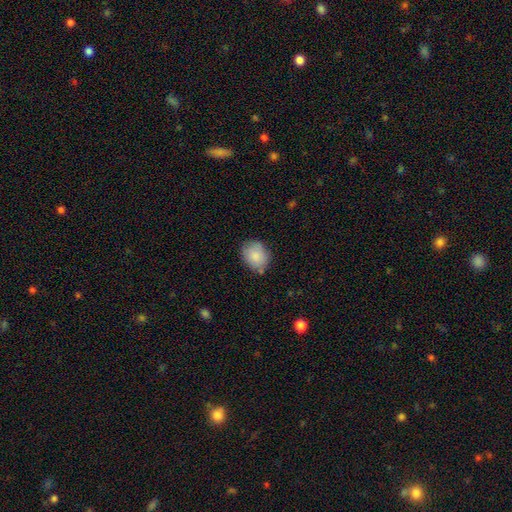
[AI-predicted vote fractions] Smooth or featured?
  - smooth: 86% *
  - featured or disk: 7%
  - star or artifact: 7%
How rounded?
  - in between: 52% *
  - round: 48%
  - cigar-shaped: 1%
Merging?
  - none: 74% *
  - minor disturbance: 18%
  - major disturbance: 4%
  - merger: 3%